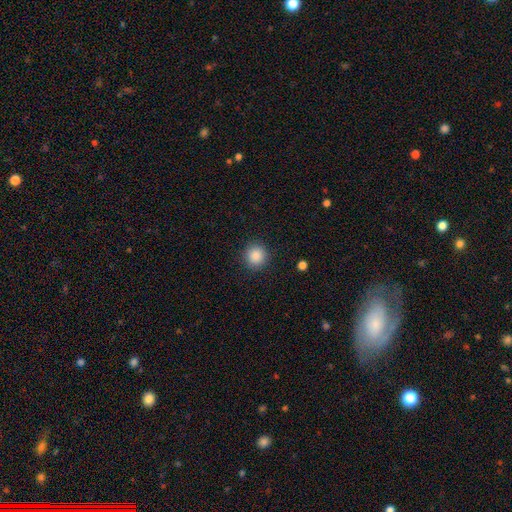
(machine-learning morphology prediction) This is clearly a smooth galaxy (87%). How rounded: clearly round (93%). Merging: clearly none (90%).